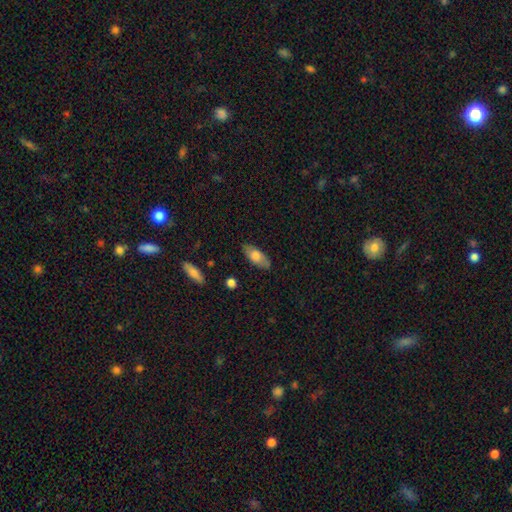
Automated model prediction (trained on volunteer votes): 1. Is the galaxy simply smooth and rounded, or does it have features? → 73% smooth, 21% featured or disk, 6% star or artifact.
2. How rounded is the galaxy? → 83% in between, 15% cigar-shaped, 2% round.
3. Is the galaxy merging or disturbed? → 84% none, 12% minor disturbance, 3% major disturbance, 1% merger.